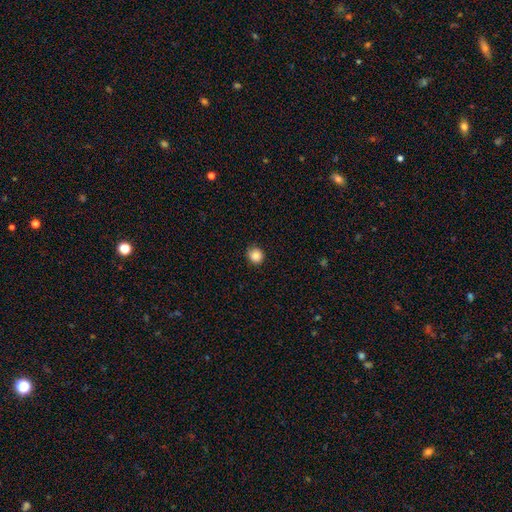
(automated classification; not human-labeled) The model was most divided on "merging": none: 84%, minor disturbance: 12%, major disturbance: 2%, merger: 1%. More confident: how rounded — round (89%); smooth or featured — smooth (87%).